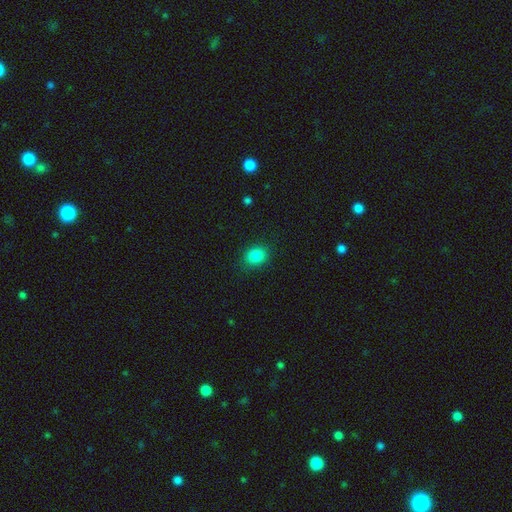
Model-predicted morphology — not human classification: smooth-or-featured: smooth: 85% | star or artifact: 10% | featured or disk: 4%
  how-rounded: in between: 58% | round: 41% | cigar-shaped: 1%
  merging: none: 85% | minor disturbance: 11% | major disturbance: 3% | merger: 1%